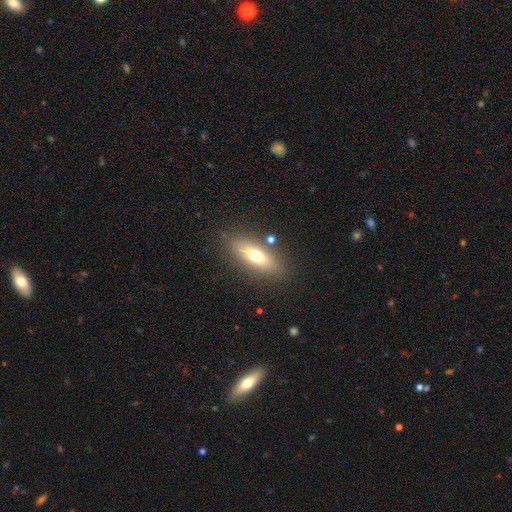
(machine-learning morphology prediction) A smooth galaxy with no disk features (63%) that is in between round and cigar-shaped (64%).

Vote fractions:
- Smooth or featured? smooth: 63% / featured or disk: 28% / star or artifact: 9%
- How rounded? in between: 64% / cigar-shaped: 32% / round: 4%
- Merging? none: 82% / minor disturbance: 11% / major disturbance: 4% / merger: 4%